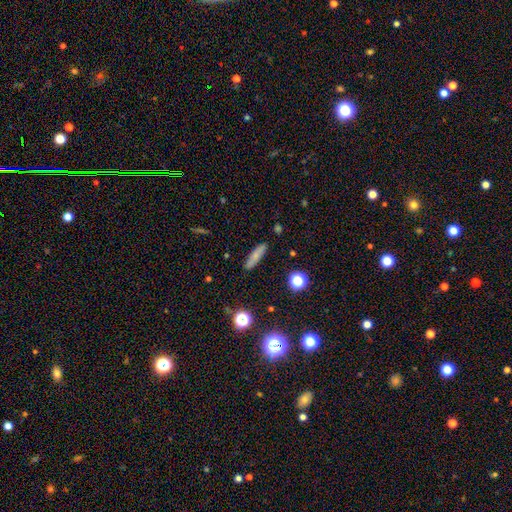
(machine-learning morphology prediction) The model was most divided on "how rounded": cigar-shaped: 76%, in between: 20%, round: 3%. More confident: merging — none (86%); smooth or featured — smooth (74%).